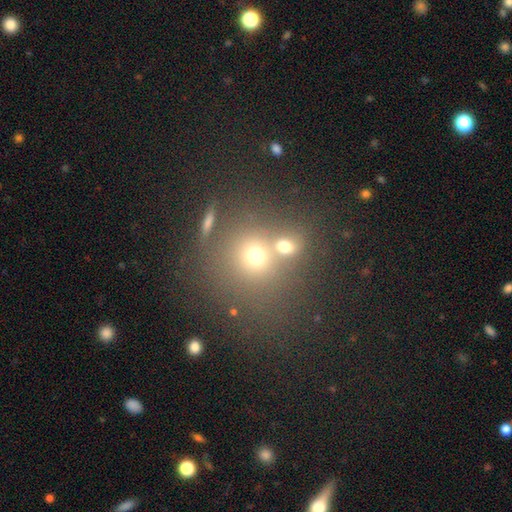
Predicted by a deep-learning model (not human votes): smooth_or_featured: smooth (p=0.61) [alt: star or artifact p=0.23]
how_rounded: round (p=0.85) [alt: in between p=0.14]
merging: none (p=0.49) [alt: merger p=0.38]